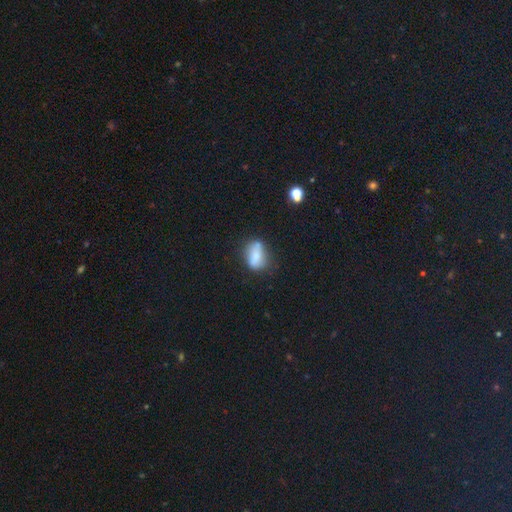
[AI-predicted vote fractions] smooth_or_featured: smooth (p=0.71) [alt: featured or disk p=0.20]
how_rounded: in between (p=0.76) [alt: round p=0.14]
merging: none (p=0.53) [alt: minor disturbance p=0.28]